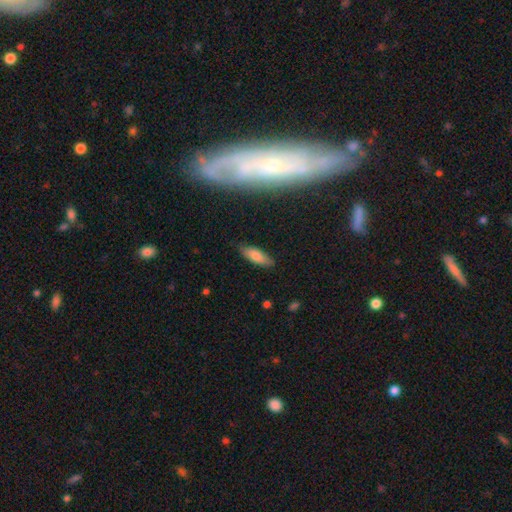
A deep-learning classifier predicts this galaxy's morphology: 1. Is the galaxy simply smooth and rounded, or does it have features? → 80% smooth, 12% featured or disk, 8% star or artifact.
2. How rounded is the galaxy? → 64% in between, 34% cigar-shaped, 2% round.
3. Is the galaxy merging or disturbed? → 83% none, 14% minor disturbance, 2% major disturbance, 1% merger.